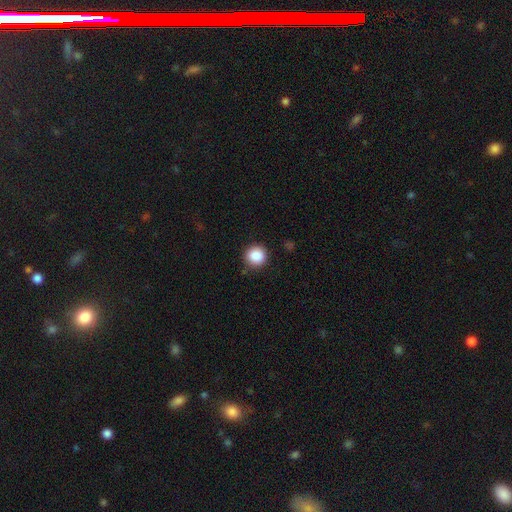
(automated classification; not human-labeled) Morphology: type=smooth (88%); roundness=round (93%); merging=none (87%).